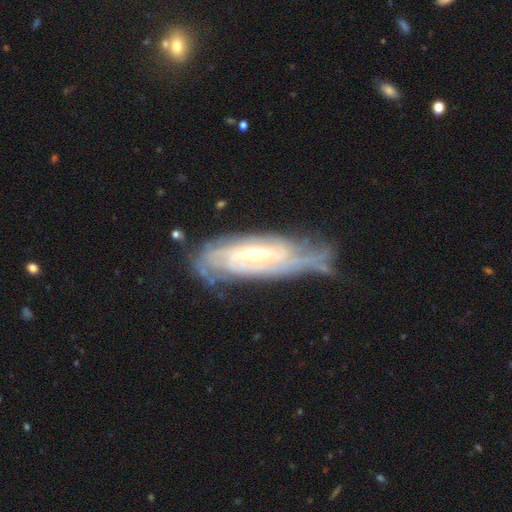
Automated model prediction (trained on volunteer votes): Smooth or featured? featured or disk (84%)
Edge-on disk? no (86%)
Bar? no (43%)
Spiral arms? yes (94%)
Spiral winding? tight (67%)
Spiral arm count? can't tell (46%)
Bulge size? small (65%)
Merging? none (59%)